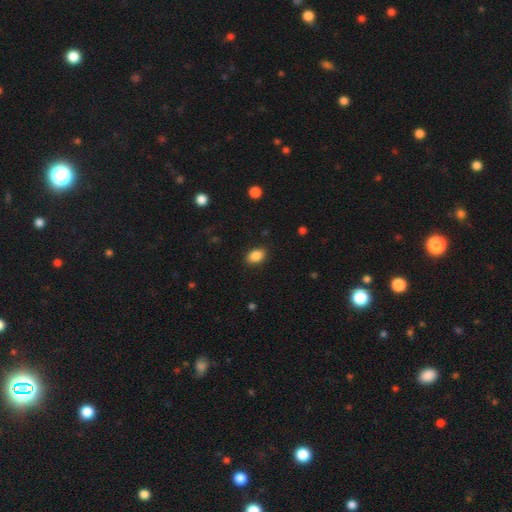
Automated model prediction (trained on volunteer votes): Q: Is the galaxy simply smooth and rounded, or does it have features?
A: smooth — 87%.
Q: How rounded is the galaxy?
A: in between — 81%.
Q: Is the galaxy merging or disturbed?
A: none — 87%.